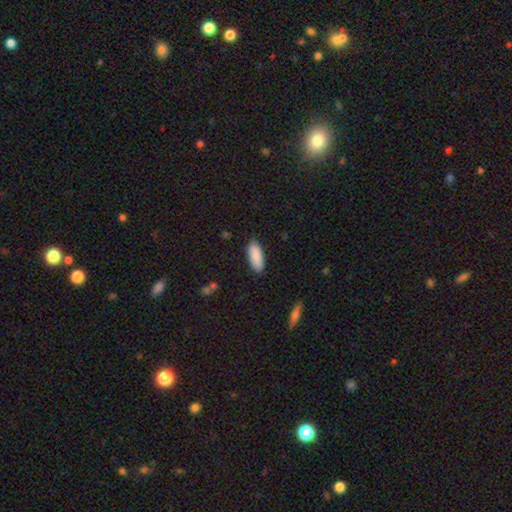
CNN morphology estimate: Smooth or featured? Predicted: smooth (p=0.90). How rounded? Predicted: in between (p=0.78). Merging? Predicted: none (p=0.88).